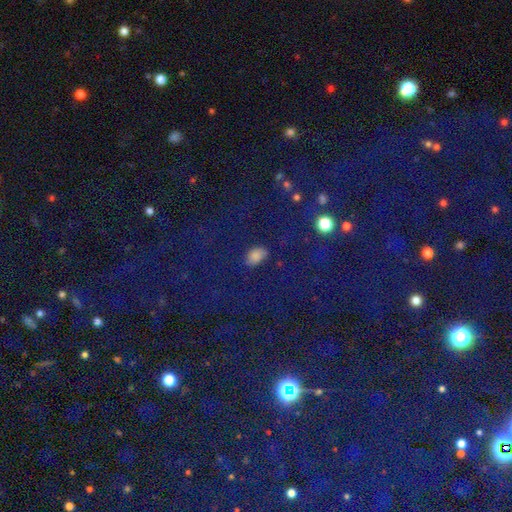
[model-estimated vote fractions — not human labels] Smooth or featured: smooth — 73% (star or artifact — 20%)
How rounded: in between — 88% (round — 9%)
Merging: none — 82% (minor disturbance — 11%)